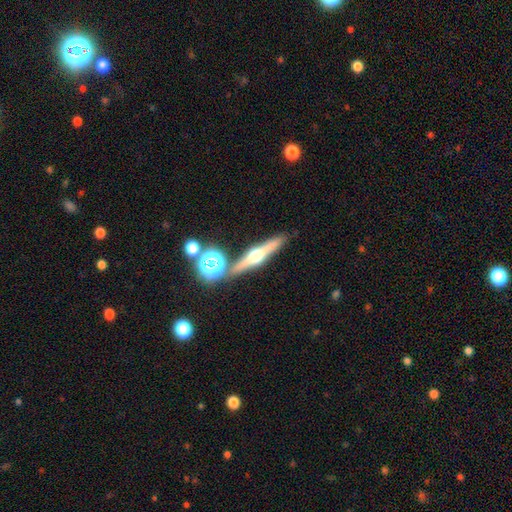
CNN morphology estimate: smooth-or-featured: featured or disk: 72% | smooth: 19% | star or artifact: 9%
  disk-edge-on: yes: 96% | no: 4%
    edge-on-bulge: rounded: 95% | boxy: 3% | none: 2%
  merging: none: 83% | merger: 8% | minor disturbance: 7% | major disturbance: 2%